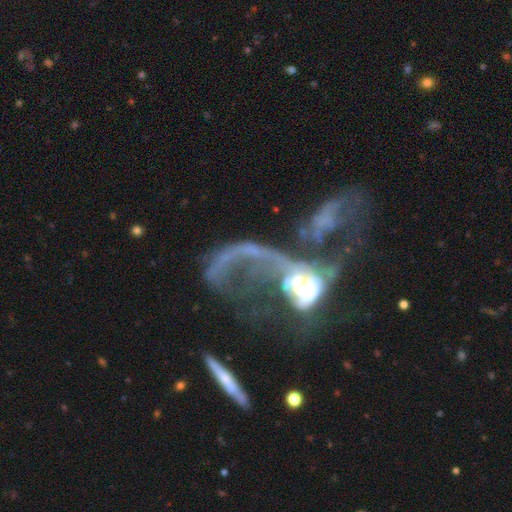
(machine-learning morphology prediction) A featured or disk galaxy (71%) with no bar (61%), spiral arms (65%) and a moderate central bulge (38%).

Vote fractions:
- Smooth or featured? featured or disk: 71% / star or artifact: 15% / smooth: 14%
- Edge-on disk? no: 90% / yes: 10%
- Bar? no: 61% / weak: 26% / strong: 13%
- Spiral arms? yes: 65% / no: 35%
- Bulge size? moderate: 38% / small: 33% / none: 16% / large: 9% / dominant: 4%
- Merging? merger: 53% / major disturbance: 29% / none: 11% / minor disturbance: 7%